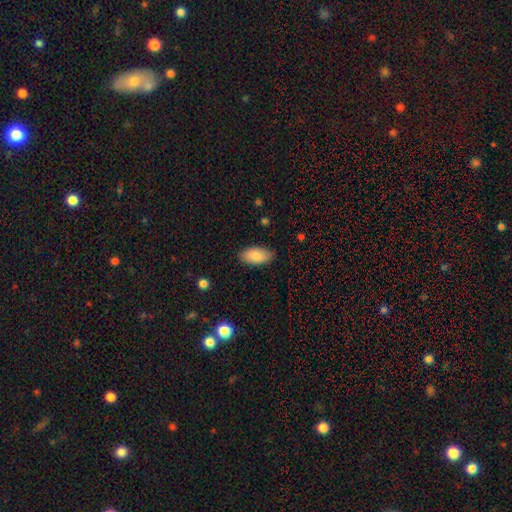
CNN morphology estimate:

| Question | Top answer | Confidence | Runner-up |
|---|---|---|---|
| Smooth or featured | smooth | 87% | featured or disk (7%) |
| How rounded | in between | 93% | cigar-shaped (5%) |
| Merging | none | 86% | minor disturbance (11%) |